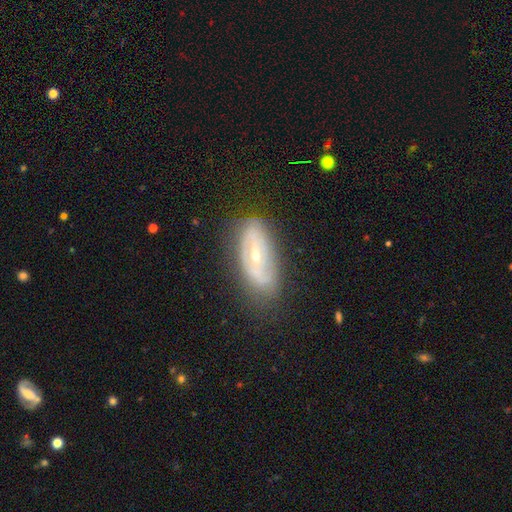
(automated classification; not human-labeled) A featured or disk galaxy (70%) with no bar (42%), spiral arms (64%) and a small central bulge (58%). Merging: none (75%).